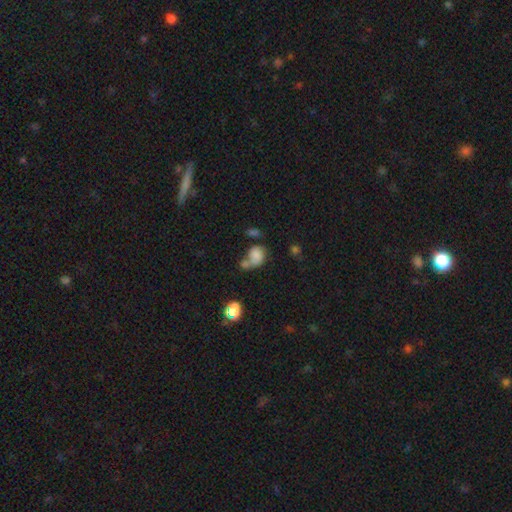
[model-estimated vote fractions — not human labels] smooth 74%, featured or disk 14%, star or artifact 12%. Down the decision tree: how rounded — round (52%); merging — merger (46%).